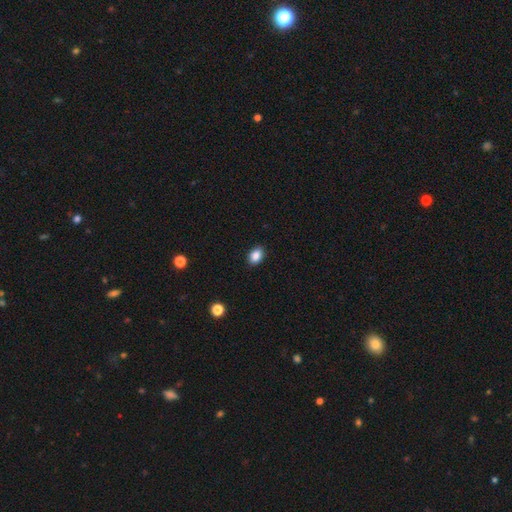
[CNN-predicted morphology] type=smooth (87%); roundness=in between (80%); merging=none (90%).